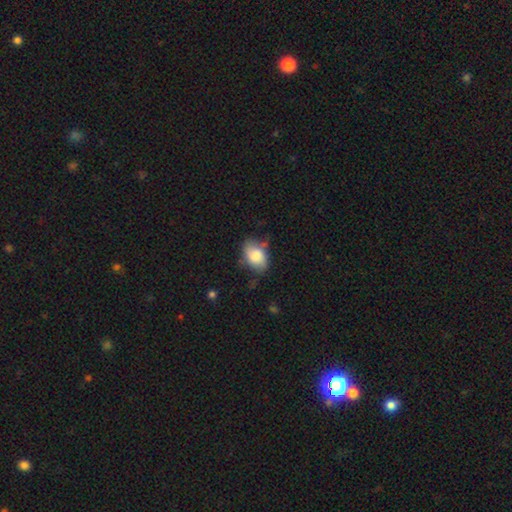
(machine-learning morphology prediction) type=smooth (80%); roundness=in between (86%); merging=none (55%).